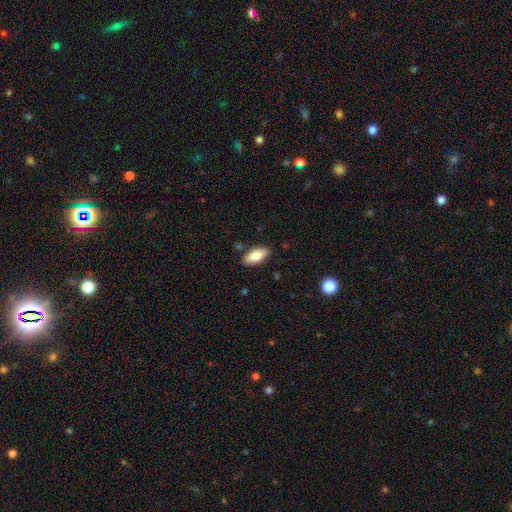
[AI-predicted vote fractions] A smooth galaxy with no disk features (76%) that is in between round and cigar-shaped (83%). Merging: none (85%).